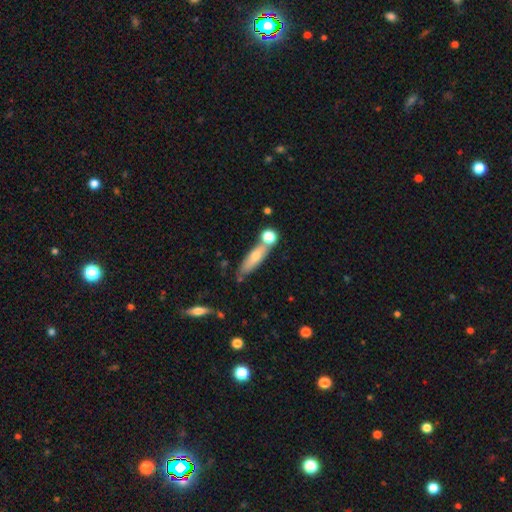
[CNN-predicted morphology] The model was most divided on "smooth or featured": smooth: 59%, featured or disk: 33%, star or artifact: 8%. More confident: how rounded — cigar-shaped (70%); merging — none (64%).